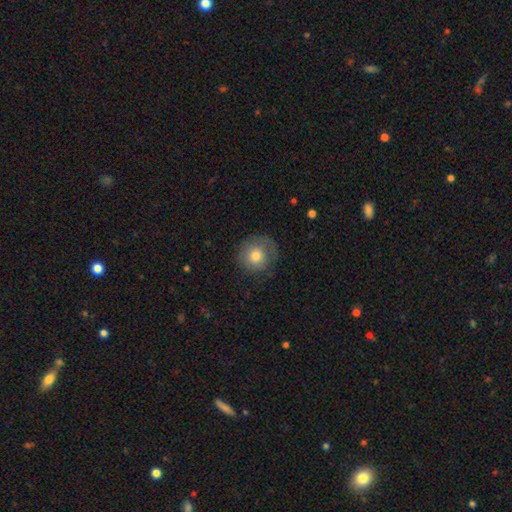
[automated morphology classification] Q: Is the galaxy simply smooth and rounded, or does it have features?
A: smooth — 74%.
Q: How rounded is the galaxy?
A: round — 92%.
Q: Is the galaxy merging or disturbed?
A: none — 74%.